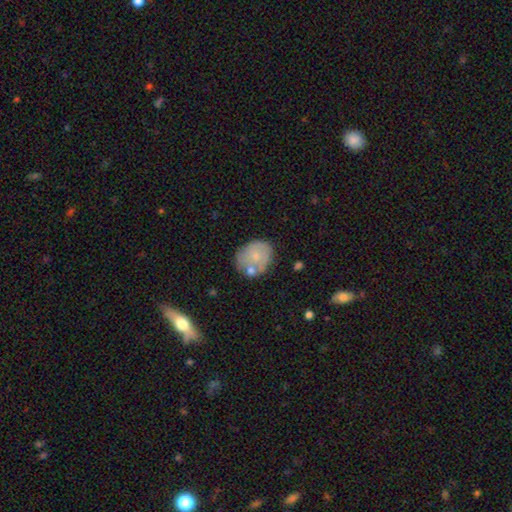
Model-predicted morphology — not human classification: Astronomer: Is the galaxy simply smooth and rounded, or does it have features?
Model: smooth — 66%.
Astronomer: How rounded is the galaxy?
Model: round — 55% (runner-up: in between, 43%).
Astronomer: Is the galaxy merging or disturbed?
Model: none — 57%.